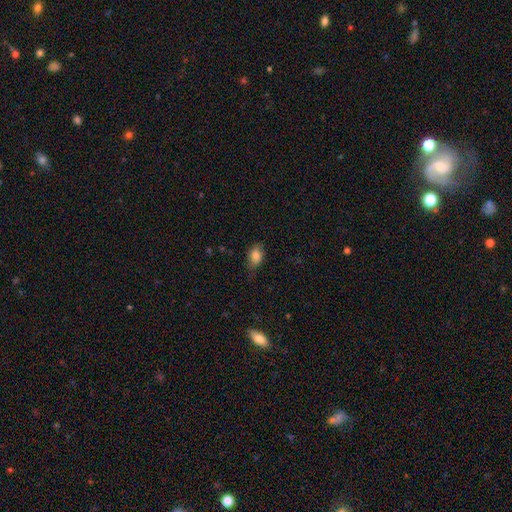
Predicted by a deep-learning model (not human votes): Morphology: type=smooth (84%); roundness=in between (80%); merging=none (71%).